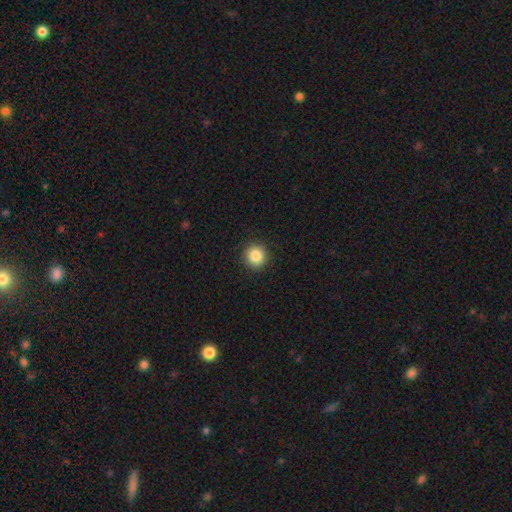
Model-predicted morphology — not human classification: Smooth or featured? smooth (86%)
How rounded? round (94%)
Merging? none (92%)